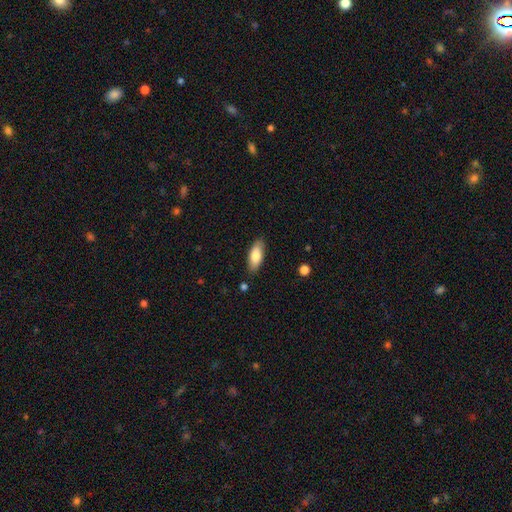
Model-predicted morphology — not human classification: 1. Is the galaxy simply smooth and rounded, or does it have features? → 80% smooth, 14% featured or disk, 6% star or artifact.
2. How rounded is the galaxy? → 81% in between, 17% cigar-shaped, 2% round.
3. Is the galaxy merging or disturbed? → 85% none, 11% minor disturbance, 2% major disturbance, 2% merger.